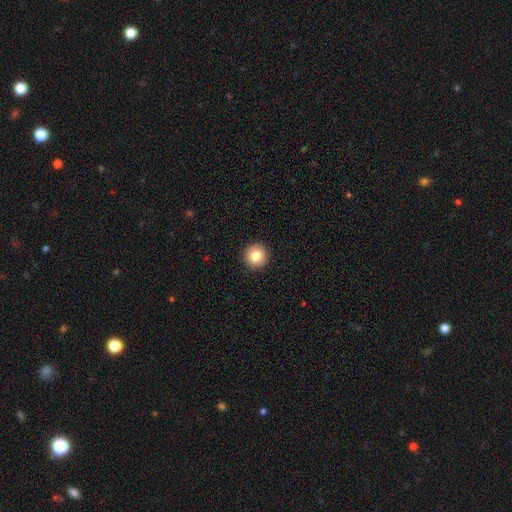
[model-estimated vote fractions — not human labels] Smooth or featured? Predicted: smooth (p=0.82). How rounded? Predicted: round (p=0.96). Merging? Predicted: none (p=0.93).